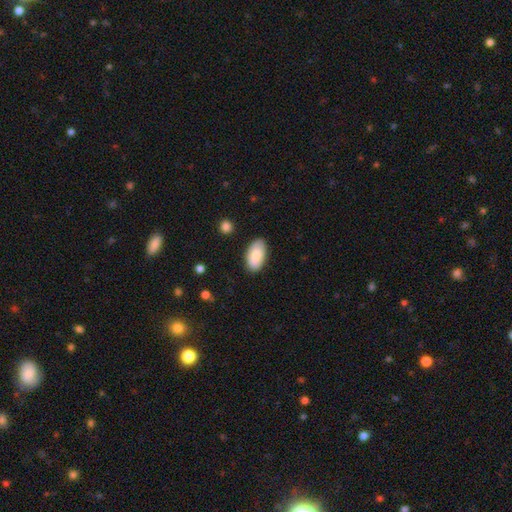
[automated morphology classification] A smooth galaxy with no disk features (81%) that is in between round and cigar-shaped (95%). Merging: none (83%).